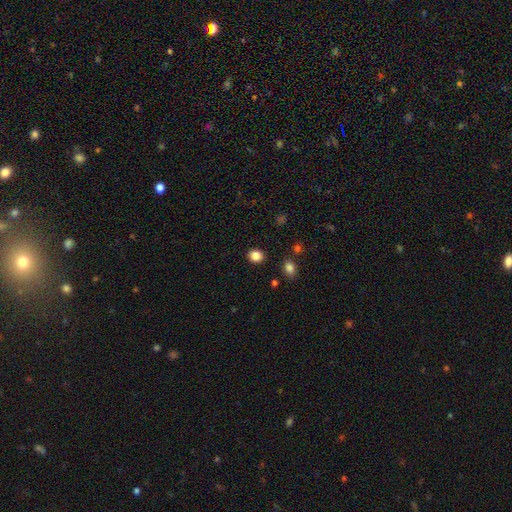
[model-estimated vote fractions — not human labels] Overall: smooth (85%). How rounded: round (73%). Merging: none (90%).